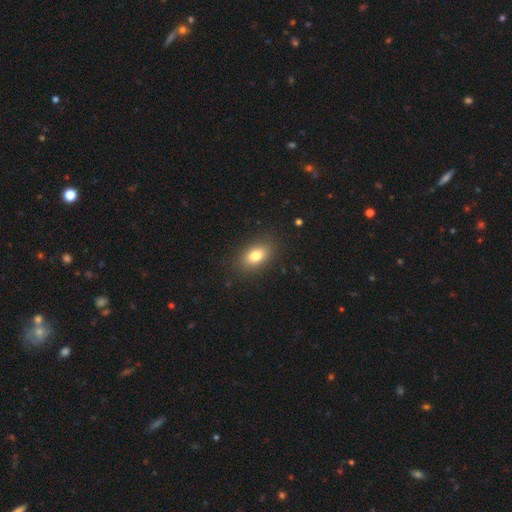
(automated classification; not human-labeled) smooth 80%, featured or disk 10%, star or artifact 9%. Down the decision tree: how rounded — in between (85%); merging — none (87%).